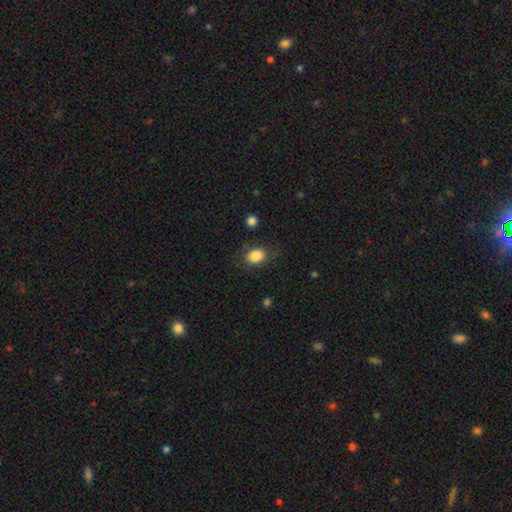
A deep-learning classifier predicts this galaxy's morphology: smooth-or-featured: smooth: 84% | star or artifact: 9% | featured or disk: 7%
  how-rounded: in between: 62% | round: 37% | cigar-shaped: 1%
  merging: none: 76% | minor disturbance: 15% | major disturbance: 6% | merger: 2%